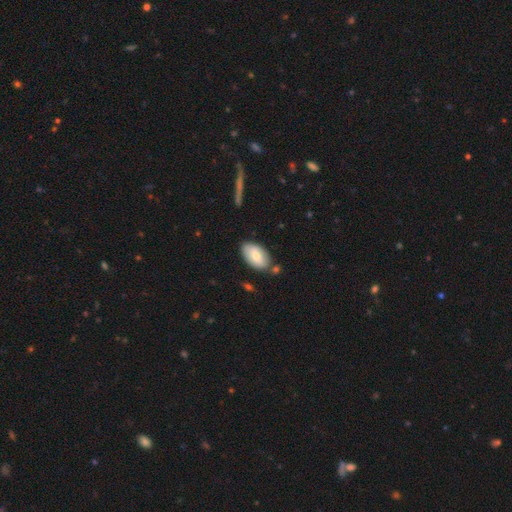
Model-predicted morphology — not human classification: Q: Smooth or featured?
A: smooth (72%); runner-up: featured or disk (22%)
Q: How rounded?
A: in between (94%); runner-up: round (4%)
Q: Merging?
A: none (73%); runner-up: minor disturbance (15%)